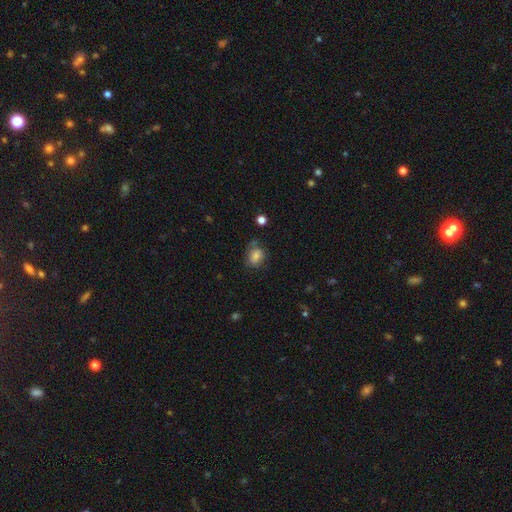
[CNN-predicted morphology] Smooth or featured?
  - smooth: 78% *
  - featured or disk: 12%
  - star or artifact: 10%
How rounded?
  - in between: 52% *
  - round: 47%
  - cigar-shaped: 1%
Merging?
  - none: 62% *
  - minor disturbance: 24%
  - major disturbance: 8%
  - merger: 5%